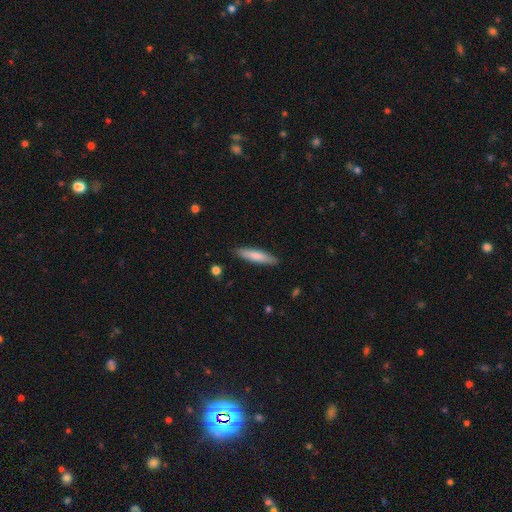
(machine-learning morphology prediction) smooth 76%, featured or disk 19%, star or artifact 5%. Down the decision tree: how rounded — cigar-shaped (84%); merging — none (89%).